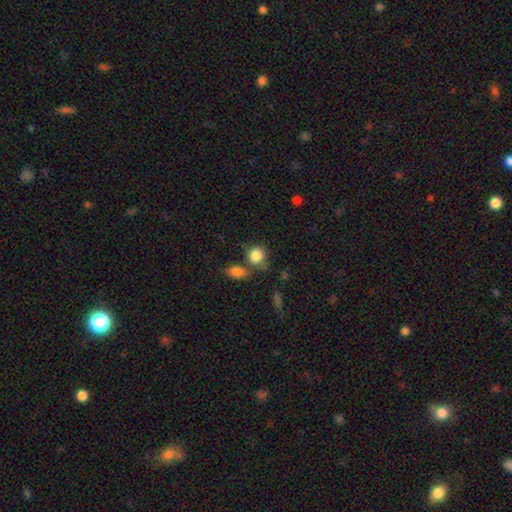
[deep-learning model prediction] Smooth or featured: smooth — 85% (star or artifact — 9%)
How rounded: round — 72% (in between — 26%)
Merging: none — 54% (merger — 25%)